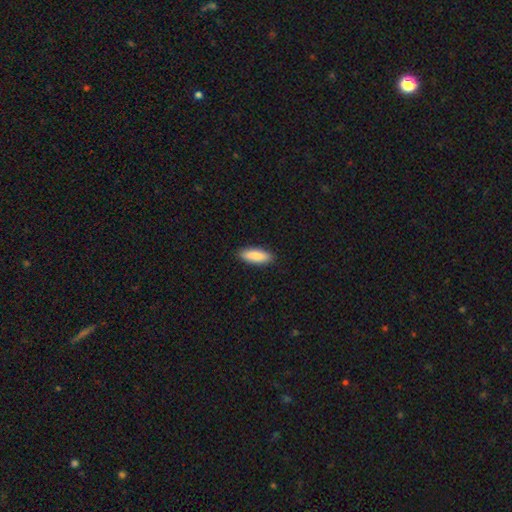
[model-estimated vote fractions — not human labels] A smooth galaxy with no disk features (87%) that is in between round and cigar-shaped (68%).

Vote fractions:
- Smooth or featured? smooth: 87% / featured or disk: 7% / star or artifact: 6%
- How rounded? in between: 68% / cigar-shaped: 30% / round: 2%
- Merging? none: 90% / minor disturbance: 7% / major disturbance: 2% / merger: 1%